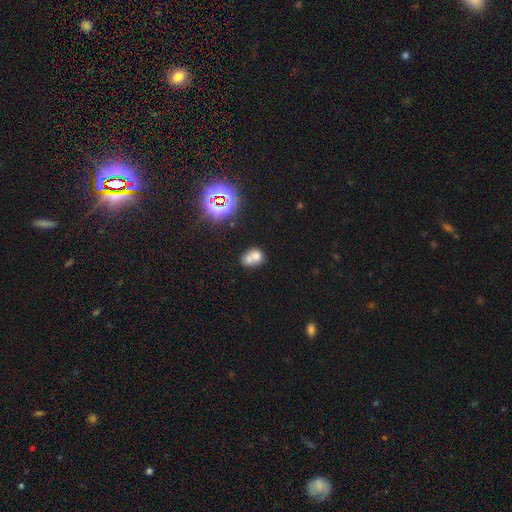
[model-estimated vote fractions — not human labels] The model was most divided on "how rounded": round: 56%, in between: 43%, cigar-shaped: 1%. More confident: merging — merger (66%); smooth or featured — smooth (60%).